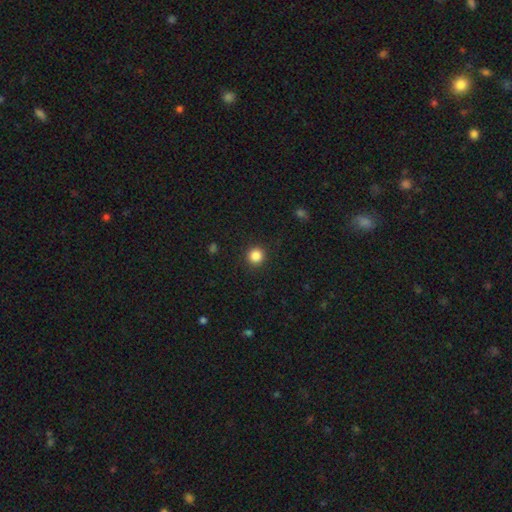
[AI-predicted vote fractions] Q: Smooth or featured?
A: smooth (85%); runner-up: star or artifact (11%)
Q: How rounded?
A: round (94%); runner-up: in between (5%)
Q: Merging?
A: none (92%); runner-up: minor disturbance (5%)